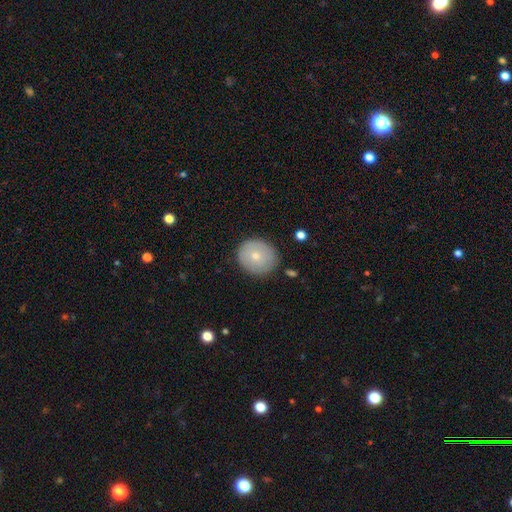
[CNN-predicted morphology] A smooth galaxy with no disk features (70%) that is round (83%).

Vote fractions:
- Smooth or featured? smooth: 70% / featured or disk: 22% / star or artifact: 7%
- How rounded? round: 83% / in between: 16% / cigar-shaped: 1%
- Merging? none: 85% / minor disturbance: 11% / major disturbance: 3% / merger: 2%